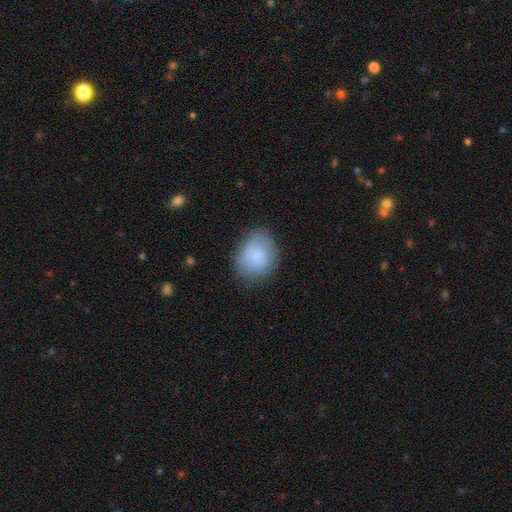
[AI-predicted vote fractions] Morphology: type=smooth (82%); roundness=round (55%); merging=none (74%).